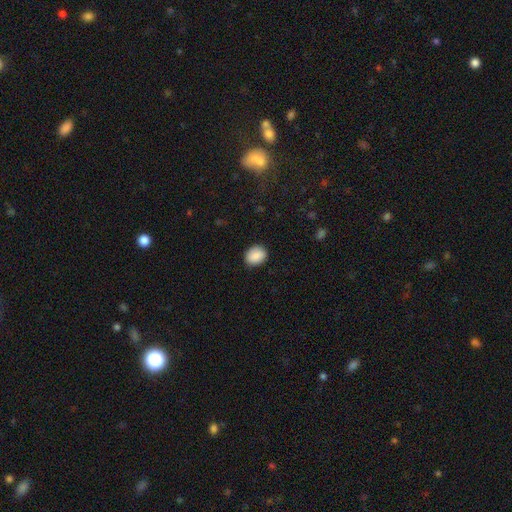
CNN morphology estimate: The model was most divided on "how rounded": in between: 57%, round: 42%, cigar-shaped: 1%. More confident: smooth or featured — smooth (89%); merging — none (87%).